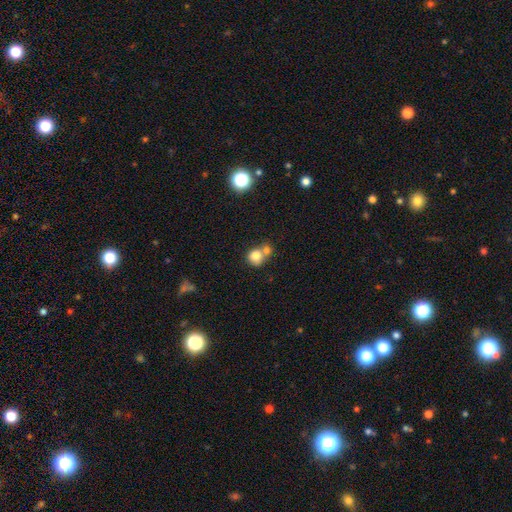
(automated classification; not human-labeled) The model was most divided on "merging": merger: 47%, none: 42%, minor disturbance: 8%, major disturbance: 3%. More confident: how rounded — round (84%); smooth or featured — smooth (79%).